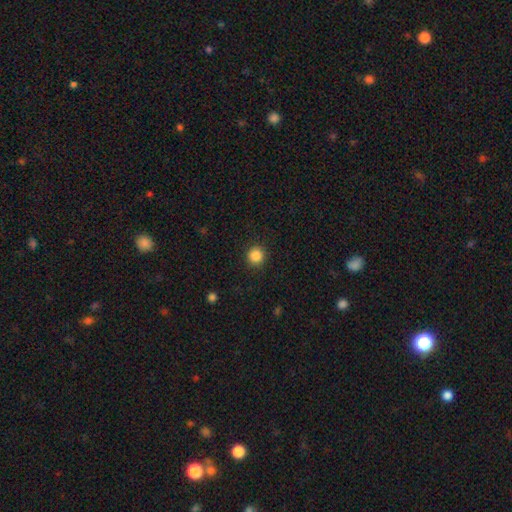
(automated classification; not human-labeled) Smooth or featured? Predicted: smooth (p=0.86). How rounded? Predicted: round (p=0.94). Merging? Predicted: none (p=0.92).